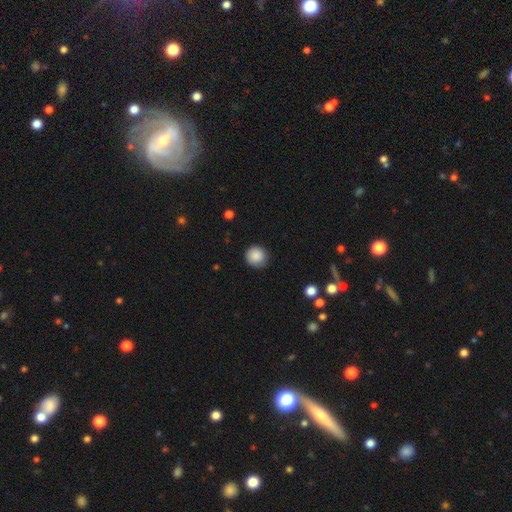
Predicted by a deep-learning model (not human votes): Smooth or featured: smooth — 88% (star or artifact — 9%)
How rounded: round — 93% (in between — 6%)
Merging: none — 88% (minor disturbance — 9%)